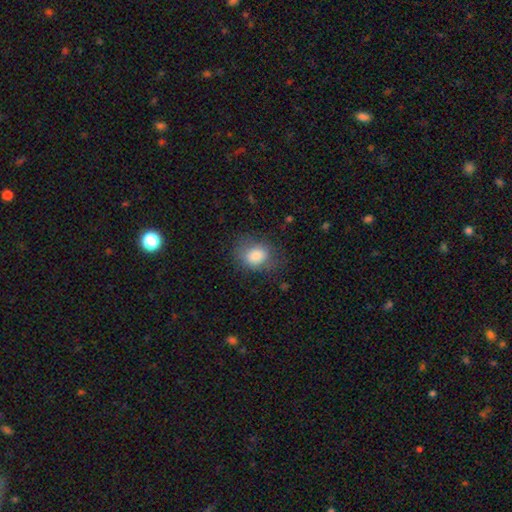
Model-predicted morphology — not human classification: This appears to be a smooth galaxy with no disk features (82%) that is in between round and cigar-shaped (51%). Merging: none (65%).